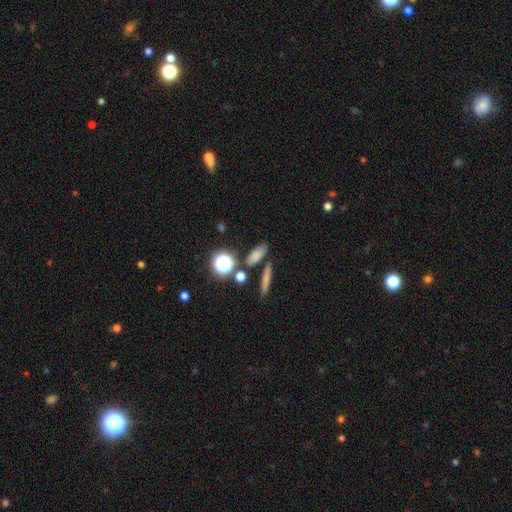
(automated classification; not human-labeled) A smooth galaxy with no disk features (74%) that is in between round and cigar-shaped (56%). Merging: none (74%).